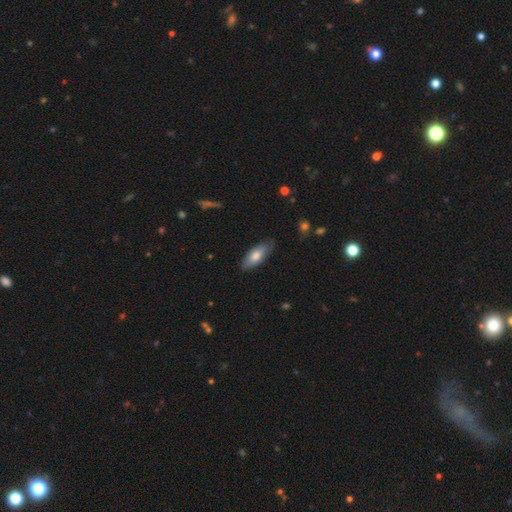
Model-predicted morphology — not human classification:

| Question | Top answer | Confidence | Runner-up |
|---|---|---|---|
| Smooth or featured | smooth | 74% | featured or disk (20%) |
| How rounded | in between | 78% | cigar-shaped (20%) |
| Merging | none | 82% | minor disturbance (15%) |